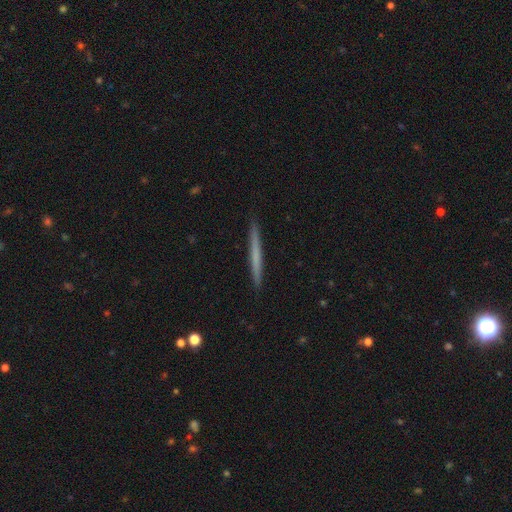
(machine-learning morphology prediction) A smooth galaxy with no disk features (53%) that is cigar-shaped (97%). Merging: none (92%).